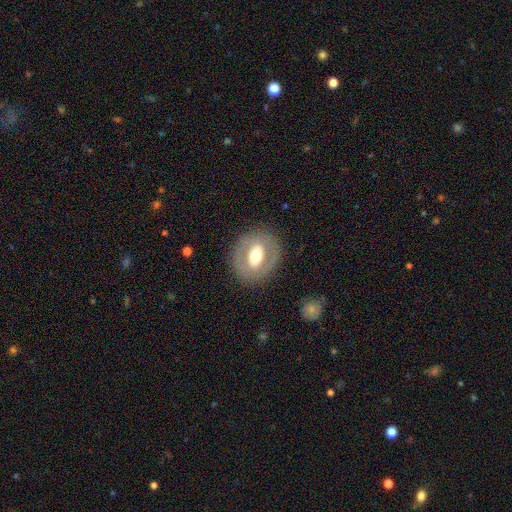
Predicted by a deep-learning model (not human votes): Smooth or featured?
  - featured or disk: 55% *
  - smooth: 38%
  - star or artifact: 7%
Edge-on disk?
  - no: 90% *
  - yes: 10%
Merging?
  - none: 82% *
  - minor disturbance: 11%
  - major disturbance: 6%
  - merger: 1%